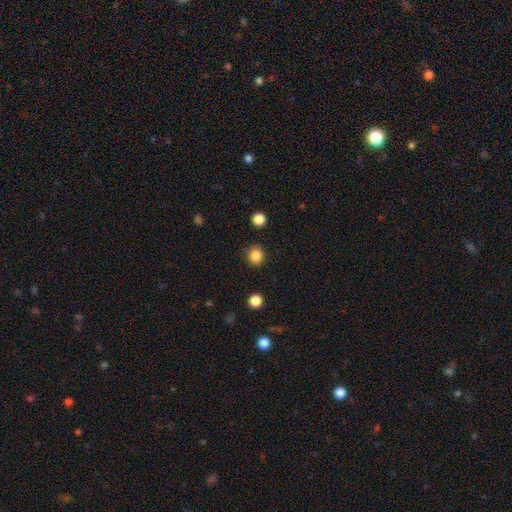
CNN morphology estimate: type=smooth (85%); roundness=round (85%); merging=none (90%).